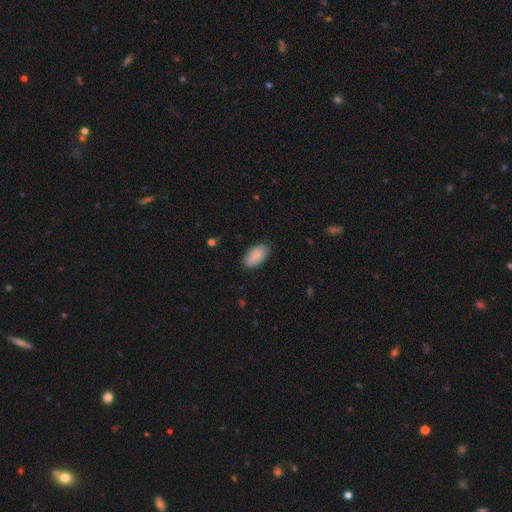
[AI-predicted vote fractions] Smooth or featured? Predicted: smooth (p=0.87). How rounded? Predicted: in between (p=0.95). Merging? Predicted: none (p=0.87).